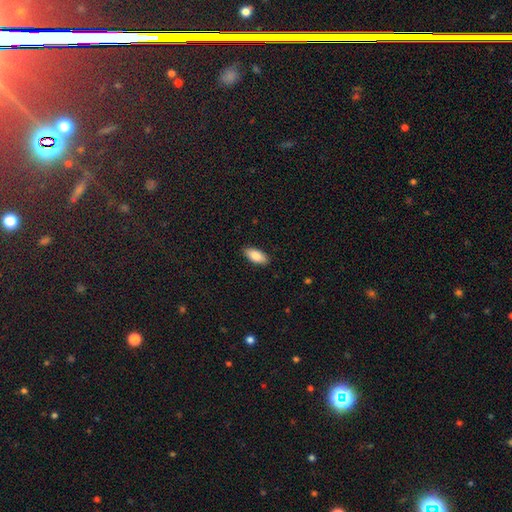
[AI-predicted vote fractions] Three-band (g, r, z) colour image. It shows a smooth galaxy with no disk features (84%) that is in between round and cigar-shaped (88%). Merging: none (89%).